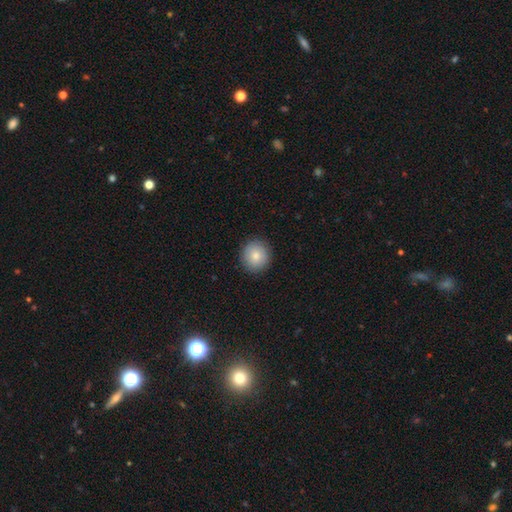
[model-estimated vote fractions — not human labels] smooth 79%, featured or disk 13%, star or artifact 8%. Down the decision tree: how rounded — round (91%); merging — none (89%).